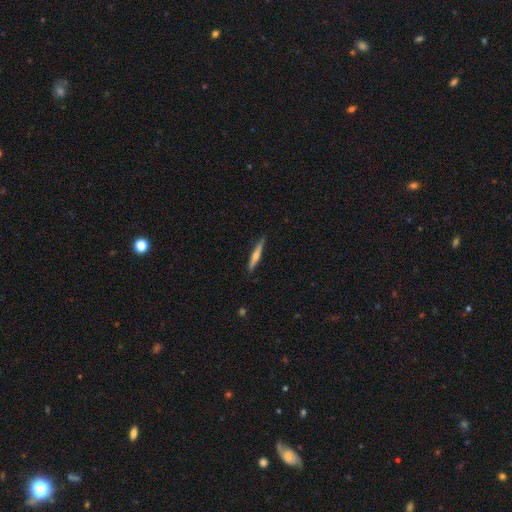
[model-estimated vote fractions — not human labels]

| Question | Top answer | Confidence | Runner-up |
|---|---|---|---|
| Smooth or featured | featured or disk | 59% | smooth (36%) |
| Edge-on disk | yes | 97% | no (3%) |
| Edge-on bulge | rounded | 85% | none (11%) |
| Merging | none | 89% | minor disturbance (8%) |